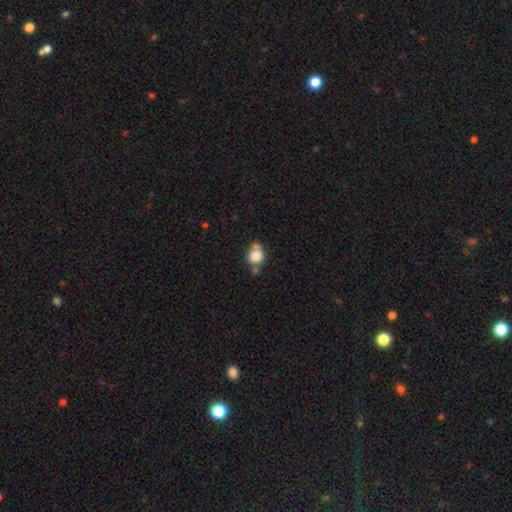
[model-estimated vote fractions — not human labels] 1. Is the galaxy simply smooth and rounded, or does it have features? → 79% smooth, 11% featured or disk, 10% star or artifact.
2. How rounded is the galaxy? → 71% round, 27% in between, 1% cigar-shaped.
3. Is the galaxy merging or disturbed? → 43% none, 31% merger, 18% minor disturbance, 7% major disturbance.